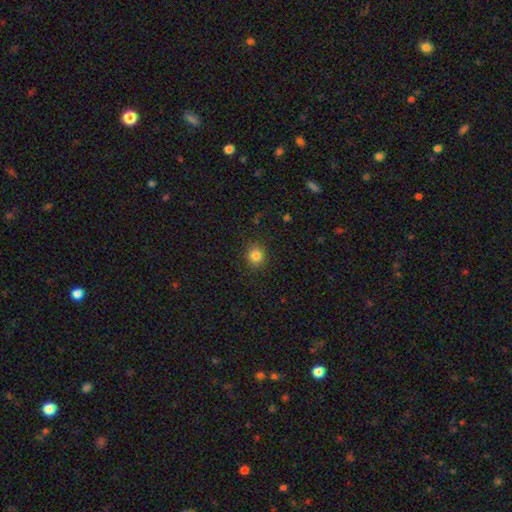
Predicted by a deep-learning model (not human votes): Smooth or featured? smooth (84%)
How rounded? round (83%)
Merging? none (88%)